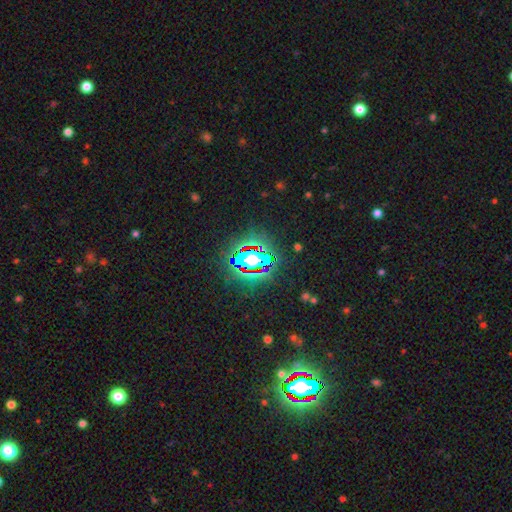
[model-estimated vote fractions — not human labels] Overall: star or artifact (77%).